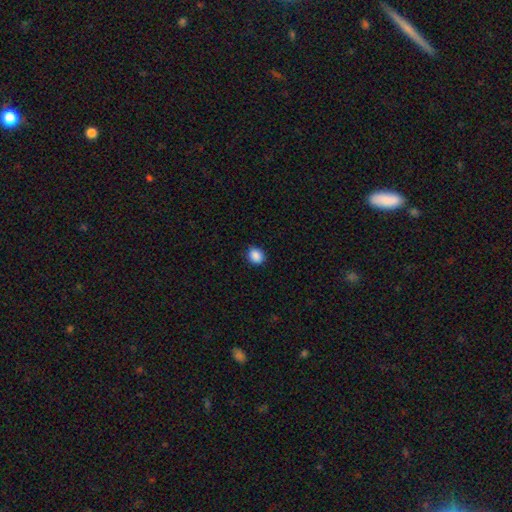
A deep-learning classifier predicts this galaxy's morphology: Smooth or featured? smooth (88%)
How rounded? round (67%)
Merging? none (88%)